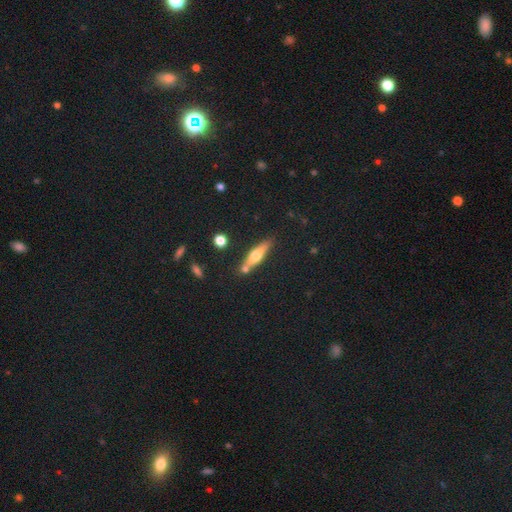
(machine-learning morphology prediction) Smooth or featured: smooth — 48% (featured or disk — 44%)
Merging: none — 74% (minor disturbance — 12%)